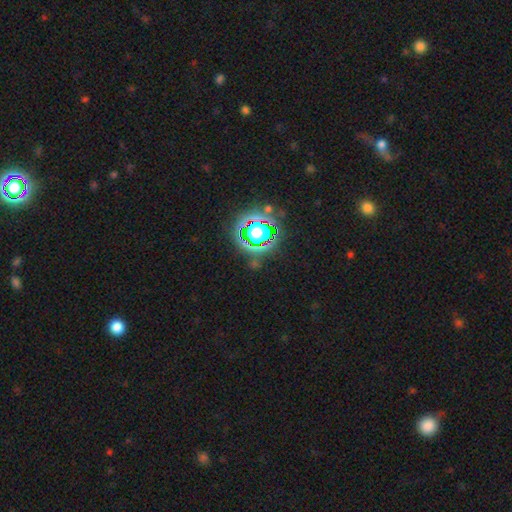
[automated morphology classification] Smooth or featured?
  - star or artifact: 75% *
  - smooth: 16%
  - featured or disk: 9%